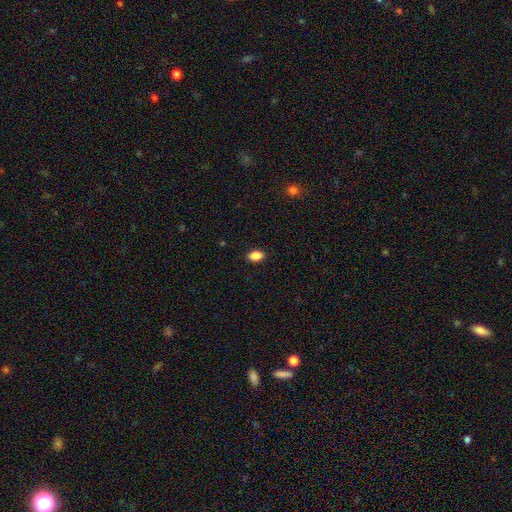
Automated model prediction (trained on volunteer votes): Smooth or featured? smooth (87%)
How rounded? in between (88%)
Merging? none (89%)